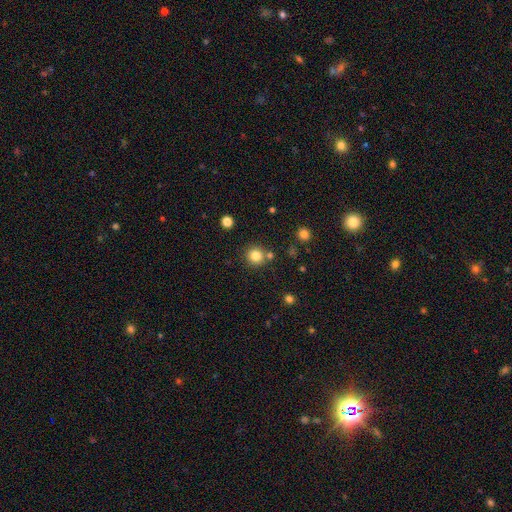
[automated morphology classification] Overall: smooth (82%). How rounded: round (93%). Merging: none (79%).